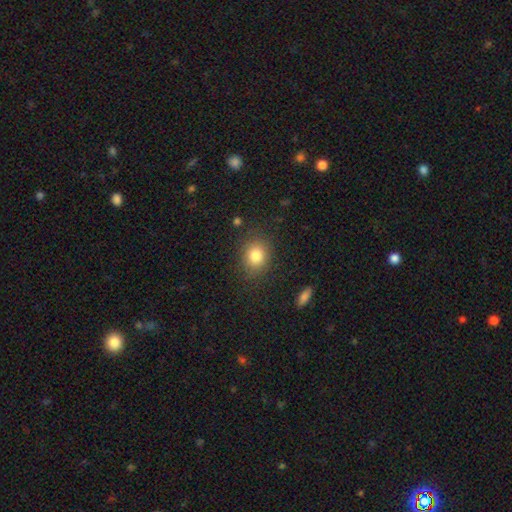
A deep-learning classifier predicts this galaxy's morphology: smooth-or-featured: smooth: 82% | star or artifact: 11% | featured or disk: 8%
  how-rounded: round: 58% | in between: 41% | cigar-shaped: 1%
  merging: none: 83% | minor disturbance: 11% | major disturbance: 4% | merger: 2%